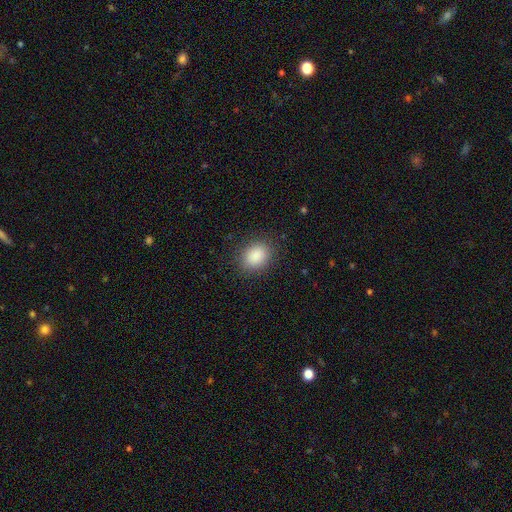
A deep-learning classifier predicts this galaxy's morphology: type=smooth (88%); roundness=in between (64%); merging=none (86%).